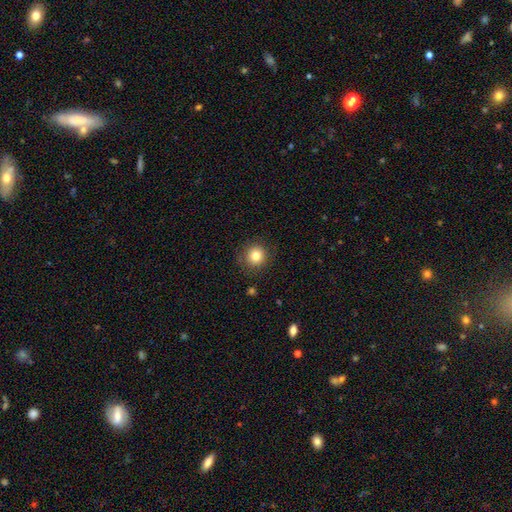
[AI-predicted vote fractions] smooth_or_featured: smooth (p=0.82) [alt: star or artifact p=0.11]
how_rounded: round (p=0.92) [alt: in between p=0.07]
merging: none (p=0.86) [alt: minor disturbance p=0.09]